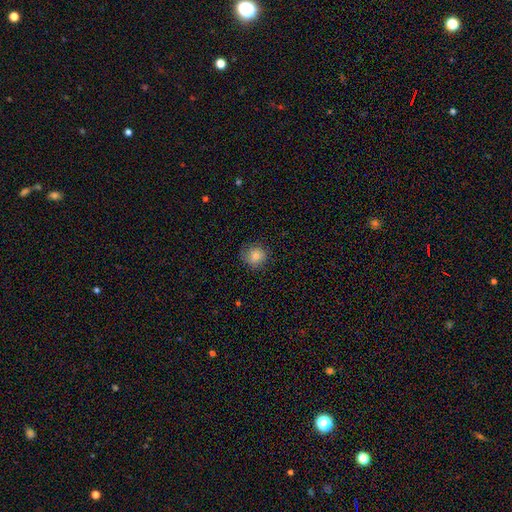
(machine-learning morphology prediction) A smooth galaxy with no disk features (82%) that is round (86%).

Vote fractions:
- Smooth or featured? smooth: 82% / star or artifact: 10% / featured or disk: 8%
- How rounded? round: 86% / in between: 13% / cigar-shaped: 1%
- Merging? none: 81% / minor disturbance: 14% / major disturbance: 4% / merger: 1%